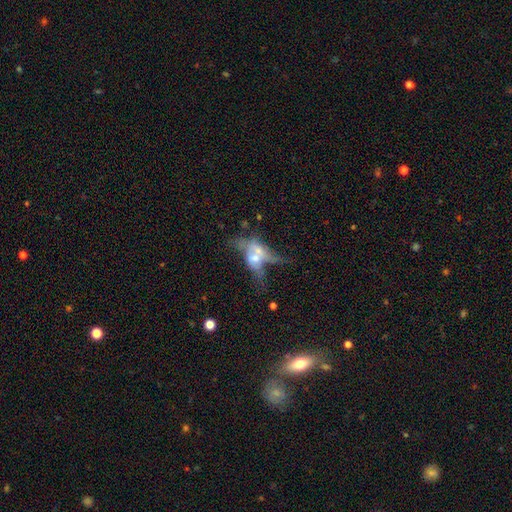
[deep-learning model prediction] The model was most divided on "smooth or featured": featured or disk: 52%, smooth: 37%, star or artifact: 11%. More confident: edge-on disk — no (73%); merging — merger (56%).